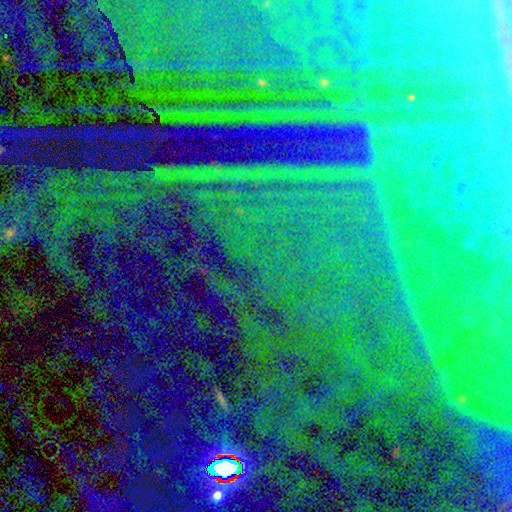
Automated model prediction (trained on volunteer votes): Smooth or featured? Predicted: star or artifact (p=0.86).